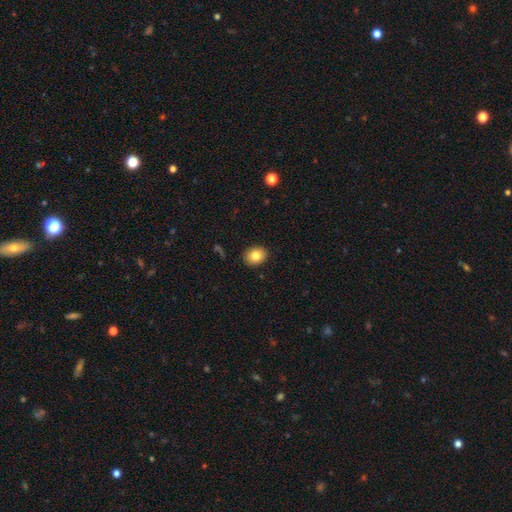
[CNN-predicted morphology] This appears to be a smooth galaxy with no disk features (82%) that is round (50%). Merging: none (90%).